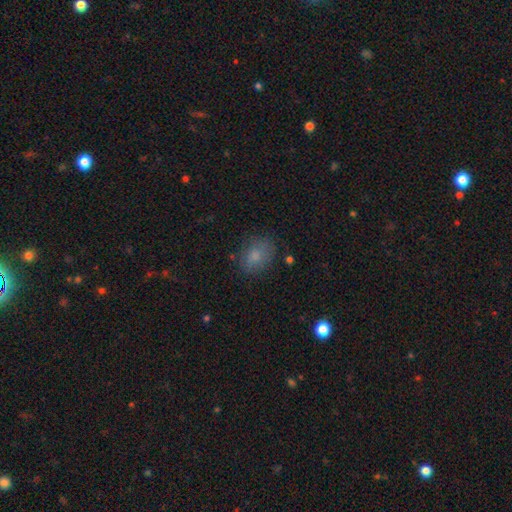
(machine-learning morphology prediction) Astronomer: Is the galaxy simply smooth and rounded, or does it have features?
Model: smooth — 79%.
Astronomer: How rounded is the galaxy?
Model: in between — 70%.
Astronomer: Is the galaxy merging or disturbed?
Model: none — 76%.